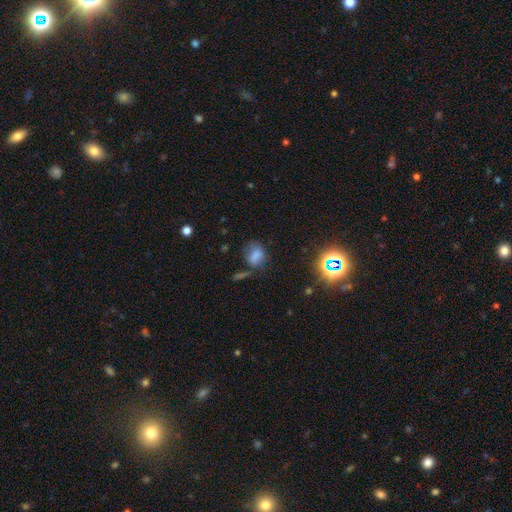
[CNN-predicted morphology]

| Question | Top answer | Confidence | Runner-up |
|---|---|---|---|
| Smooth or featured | smooth | 71% | star or artifact (18%) |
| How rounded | in between | 58% | round (40%) |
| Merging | none | 50% | minor disturbance (28%) |